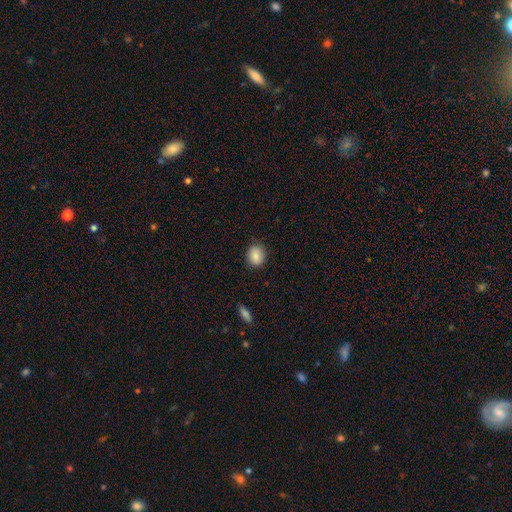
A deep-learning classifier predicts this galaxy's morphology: This is clearly a smooth galaxy (88%). How rounded: likely round (61%). Merging: clearly none (84%).